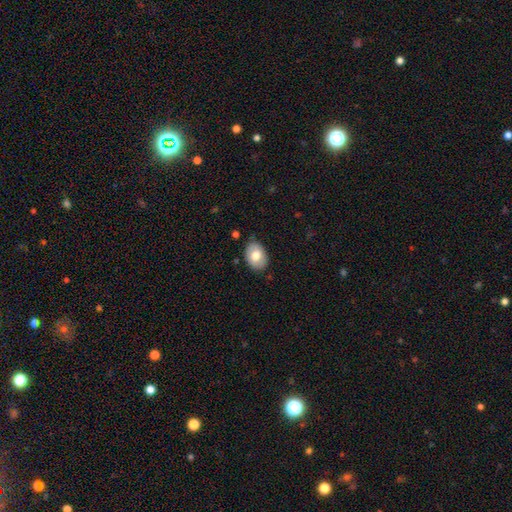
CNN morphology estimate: A smooth galaxy with no disk features (73%) that is in between round and cigar-shaped (79%). Merging: none (79%).